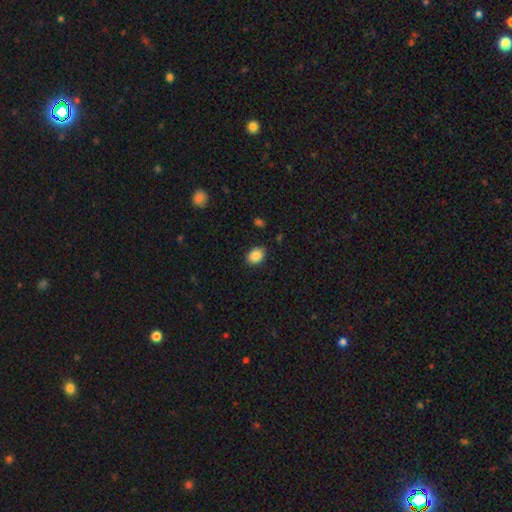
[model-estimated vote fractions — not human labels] Morphology: type=smooth (88%); roundness=in between (71%); merging=none (86%).